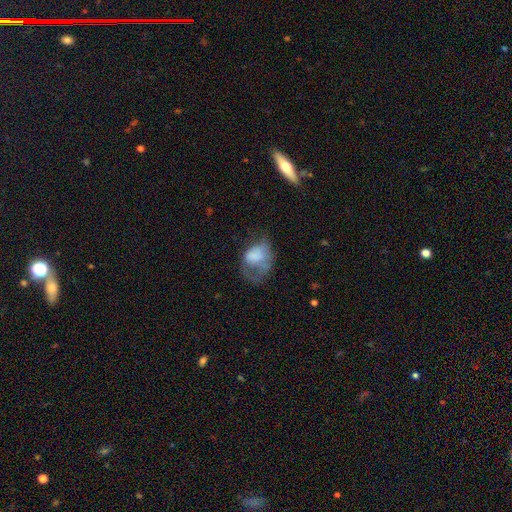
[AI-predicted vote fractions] This is possibly a smooth galaxy (59%). How rounded: likely in between (70%). Merging: possibly major disturbance (53%).